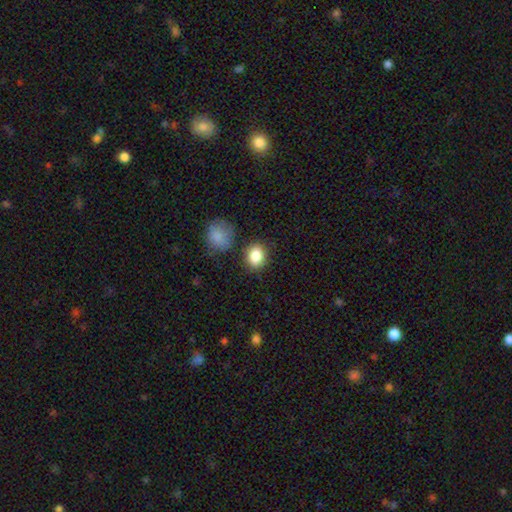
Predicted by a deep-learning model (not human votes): This is clearly a smooth galaxy (85%). How rounded: possibly round (50%). Merging: likely none (78%).